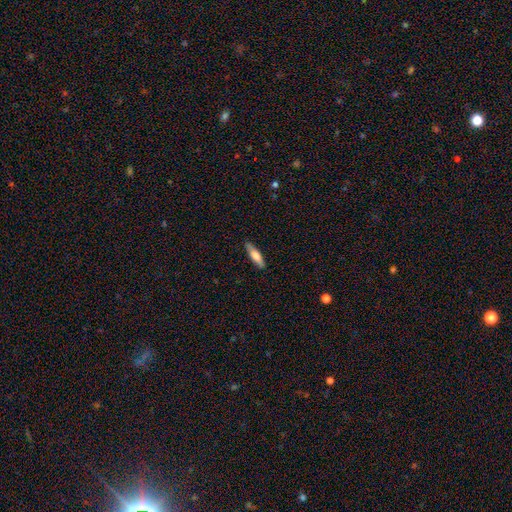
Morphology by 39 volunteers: Overall: smooth (64%; featured or disk 33%). How rounded: cigar-shaped (68%; in between 32%). Merging: none (84%).